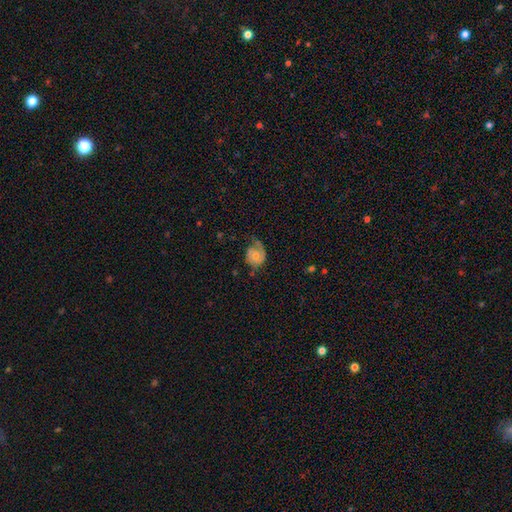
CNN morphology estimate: Smooth or featured?
  - featured or disk: 57% *
  - smooth: 36%
  - star or artifact: 7%
Edge-on disk?
  - no: 97% *
  - yes: 3%
Bar?
  - no: 78% *
  - weak: 19%
  - strong: 3%
Spiral arms?
  - yes: 79% *
  - no: 21%
Bulge size?
  - moderate: 56% *
  - small: 37%
  - large: 3%
  - none: 2%
  - dominant: 1%
Merging?
  - none: 43% *
  - minor disturbance: 32%
  - major disturbance: 23%
  - merger: 3%